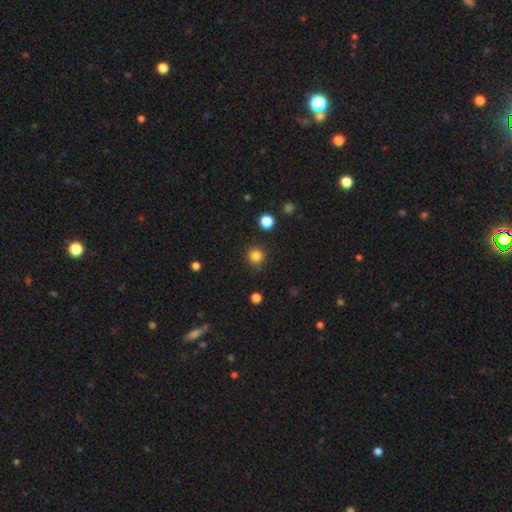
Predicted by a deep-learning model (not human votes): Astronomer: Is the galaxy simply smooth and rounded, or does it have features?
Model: smooth — 83%.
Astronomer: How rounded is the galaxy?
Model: round — 95%.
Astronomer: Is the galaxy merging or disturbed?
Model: none — 88%.